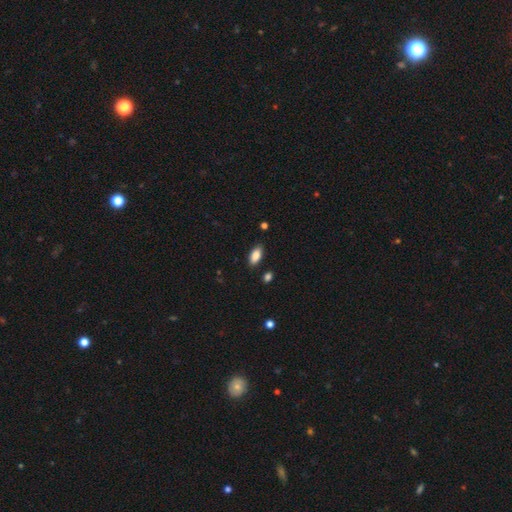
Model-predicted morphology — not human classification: Overall: smooth (87%). How rounded: in between (90%). Merging: none (86%).